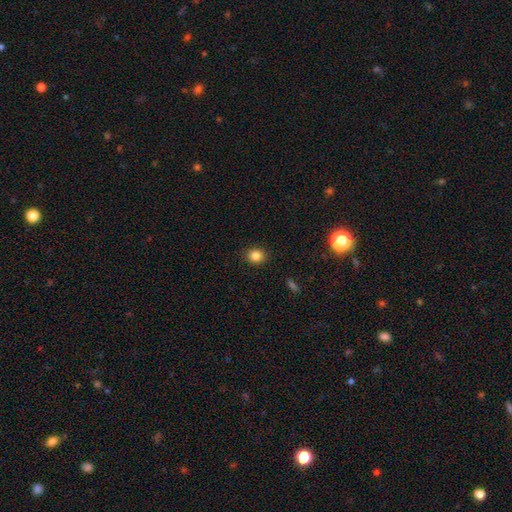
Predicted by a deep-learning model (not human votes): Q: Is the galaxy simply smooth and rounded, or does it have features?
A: smooth — 83%.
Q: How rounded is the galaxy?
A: round — 70%.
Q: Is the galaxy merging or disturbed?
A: none — 90%.